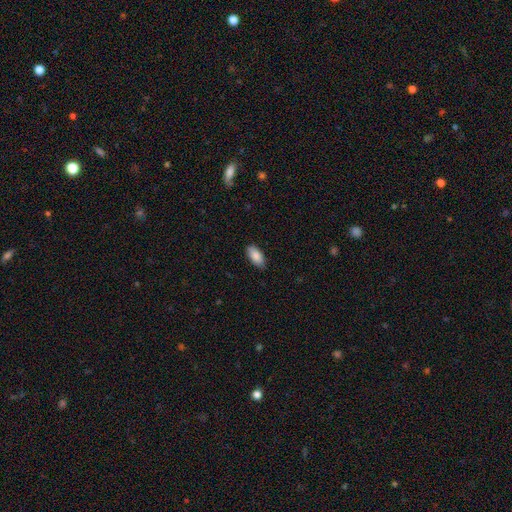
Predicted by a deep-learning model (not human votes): smooth-or-featured: smooth: 88% | featured or disk: 6% | star or artifact: 6%
  how-rounded: in between: 92% | cigar-shaped: 6% | round: 2%
  merging: none: 84% | minor disturbance: 13% | major disturbance: 2% | merger: 1%